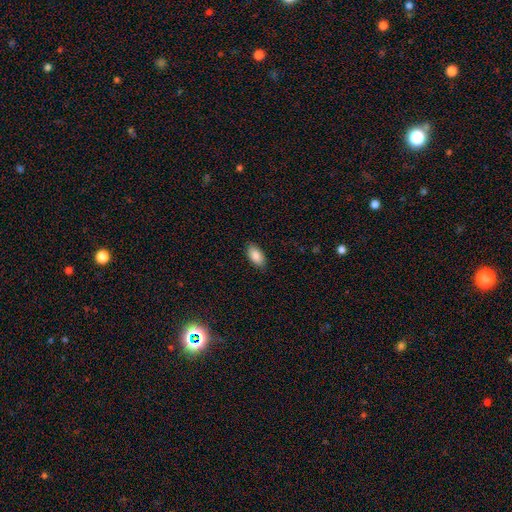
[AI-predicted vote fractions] Smooth or featured?
  - smooth: 88% *
  - star or artifact: 7%
  - featured or disk: 6%
How rounded?
  - in between: 94% *
  - cigar-shaped: 3%
  - round: 3%
Merging?
  - none: 87% *
  - minor disturbance: 10%
  - major disturbance: 2%
  - merger: 1%